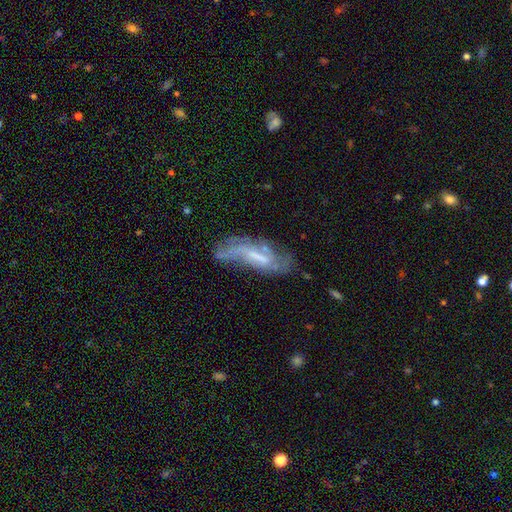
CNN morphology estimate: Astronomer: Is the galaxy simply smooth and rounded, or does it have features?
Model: featured or disk — 65%.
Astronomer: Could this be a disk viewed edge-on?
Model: no — 81%.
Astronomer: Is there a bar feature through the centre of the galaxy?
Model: weak — 39% (runner-up: strong, 33%).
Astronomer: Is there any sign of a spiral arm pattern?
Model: yes — 67%.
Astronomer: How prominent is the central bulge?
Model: none — 37% (runner-up: small, 30%).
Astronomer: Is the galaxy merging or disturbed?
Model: none — 39% (runner-up: minor disturbance, 27%).